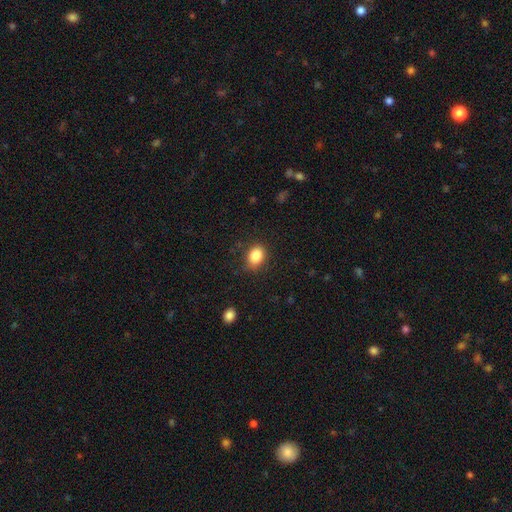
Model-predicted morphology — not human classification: A smooth galaxy with no disk features (85%) that is in between round and cigar-shaped (66%).

Vote fractions:
- Smooth or featured? smooth: 85% / star or artifact: 9% / featured or disk: 5%
- How rounded? in between: 66% / round: 33% / cigar-shaped: 1%
- Merging? none: 80% / minor disturbance: 14% / major disturbance: 4% / merger: 1%